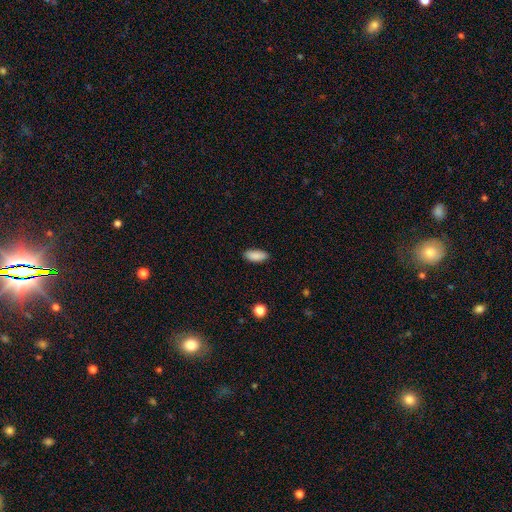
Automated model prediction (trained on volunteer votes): A smooth galaxy with no disk features (89%) that is in between round and cigar-shaped (84%). Merging: none (86%).